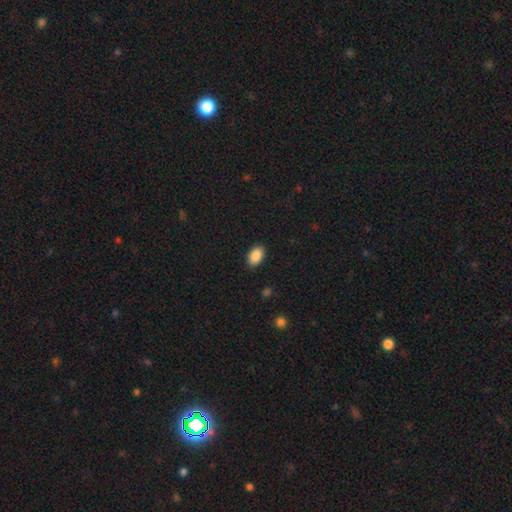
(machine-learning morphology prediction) type=smooth (89%); roundness=in between (89%); merging=none (89%).